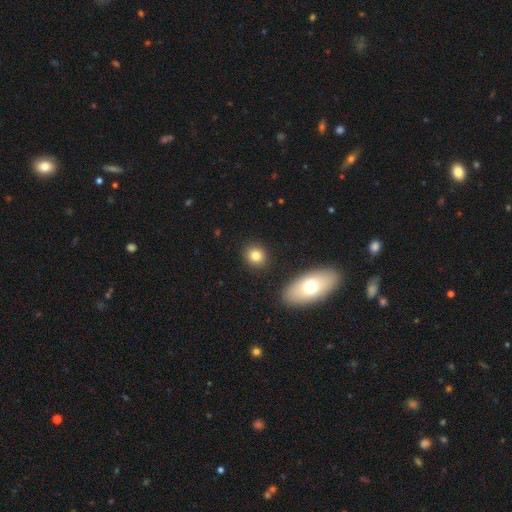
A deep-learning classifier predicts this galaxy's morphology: Q: Smooth or featured?
A: smooth (81%); runner-up: star or artifact (10%)
Q: How rounded?
A: round (77%); runner-up: in between (22%)
Q: Merging?
A: none (89%); runner-up: minor disturbance (7%)